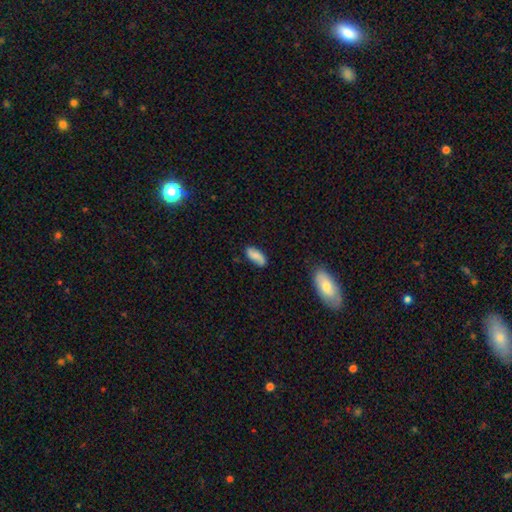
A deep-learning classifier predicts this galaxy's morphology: smooth_or_featured: smooth (p=0.70) [alt: featured or disk p=0.22]
how_rounded: in between (p=0.84) [alt: cigar-shaped p=0.13]
merging: none (p=0.74) [alt: minor disturbance p=0.20]